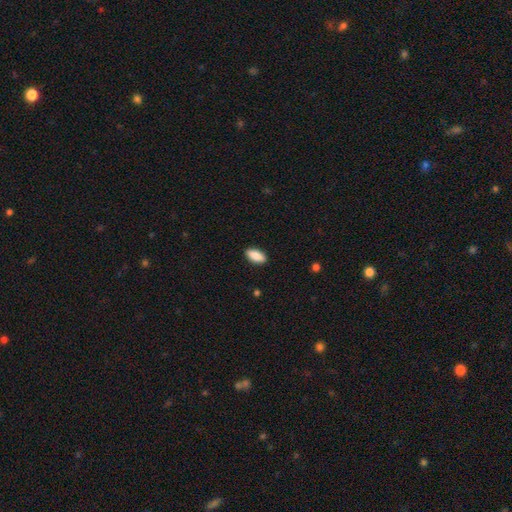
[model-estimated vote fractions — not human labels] smooth_or_featured: smooth (p=0.88) [alt: star or artifact p=0.06]
how_rounded: in between (p=0.89) [alt: cigar-shaped p=0.09]
merging: none (p=0.90) [alt: minor disturbance p=0.08]